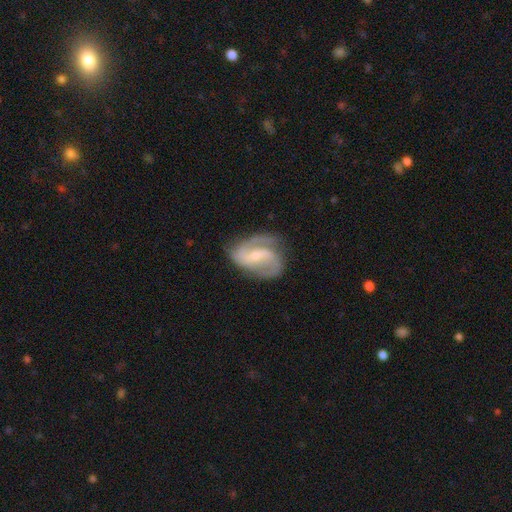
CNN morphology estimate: Smooth or featured? Predicted: featured or disk (p=0.85). Edge-on disk? Predicted: no (p=0.98). Bar? Predicted: weak (p=0.50). Spiral arms? Predicted: yes (p=0.96). Spiral winding? Predicted: medium (p=0.53). Spiral arm count? Predicted: 2 (p=0.75). Bulge size? Predicted: small (p=0.58). Merging? Predicted: none (p=0.65).